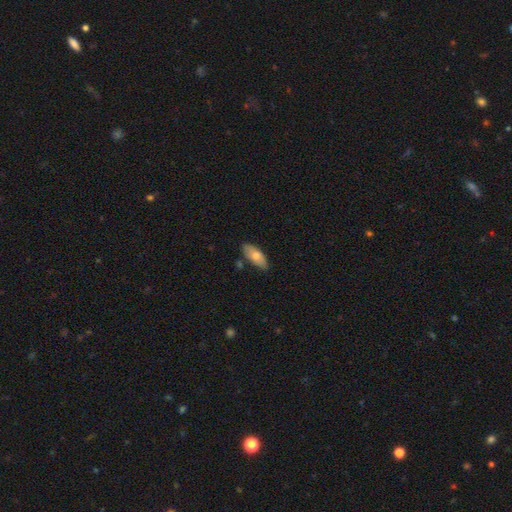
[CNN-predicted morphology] This appears to be a smooth galaxy with no disk features (70%) that is in between round and cigar-shaped (86%). Merging: none (77%).